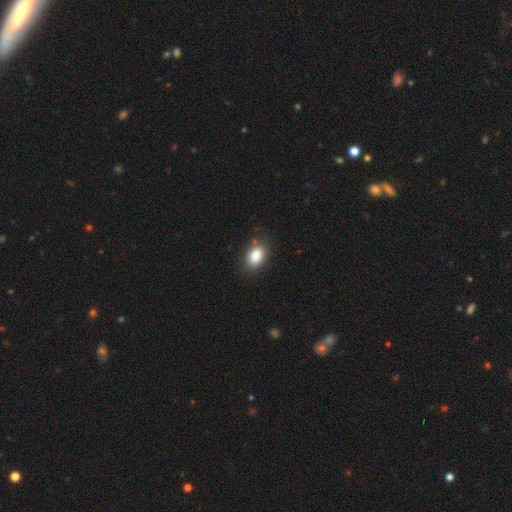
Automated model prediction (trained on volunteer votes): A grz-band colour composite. It shows a smooth galaxy with no disk features (87%) that is in between round and cigar-shaped (85%). Merging: none (81%).